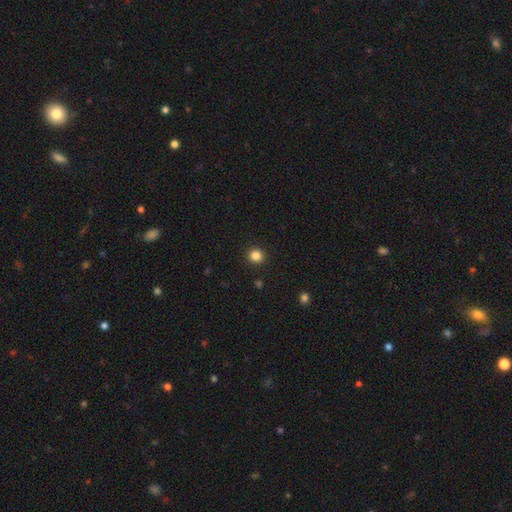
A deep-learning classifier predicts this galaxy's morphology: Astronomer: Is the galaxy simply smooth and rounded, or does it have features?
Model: smooth — 84%.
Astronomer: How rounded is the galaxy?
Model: round — 89%.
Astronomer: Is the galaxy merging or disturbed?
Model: none — 92%.